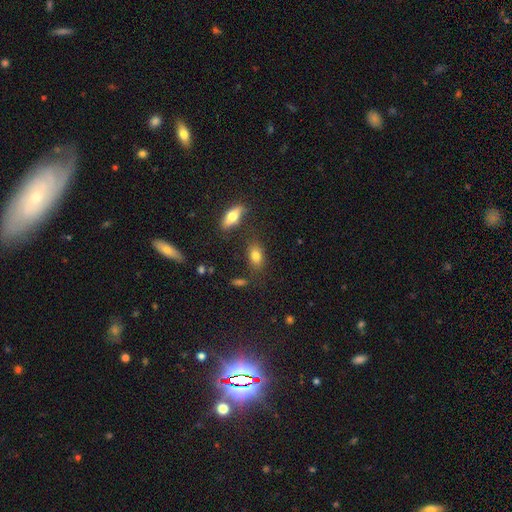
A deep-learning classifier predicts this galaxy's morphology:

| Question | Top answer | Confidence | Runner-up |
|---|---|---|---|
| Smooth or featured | smooth | 79% | featured or disk (11%) |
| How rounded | in between | 83% | round (13%) |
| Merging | none | 74% | minor disturbance (14%) |